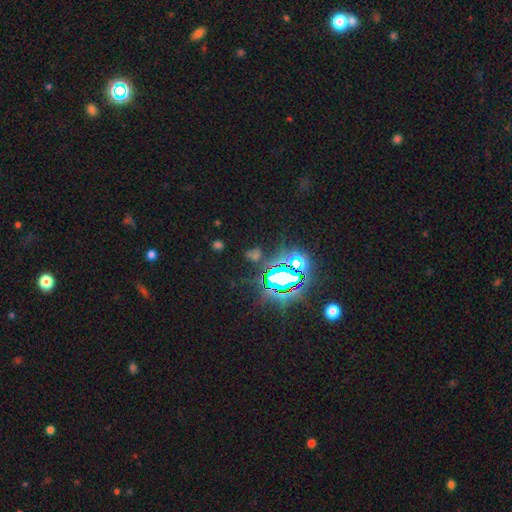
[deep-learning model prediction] A star or artifact, not a galaxy (71%).